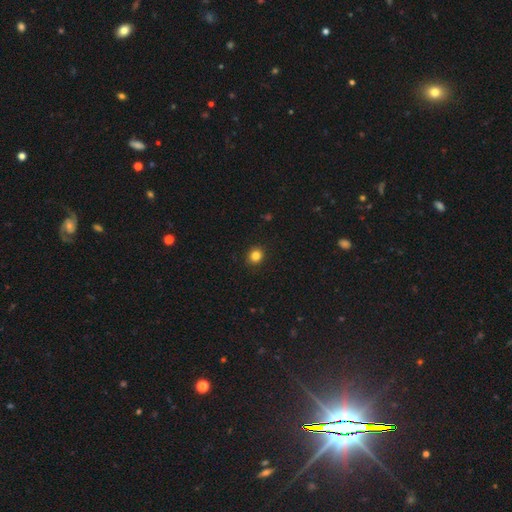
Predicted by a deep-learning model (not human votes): Smooth or featured? Predicted: smooth (p=0.84). How rounded? Predicted: round (p=0.84). Merging? Predicted: none (p=0.92).